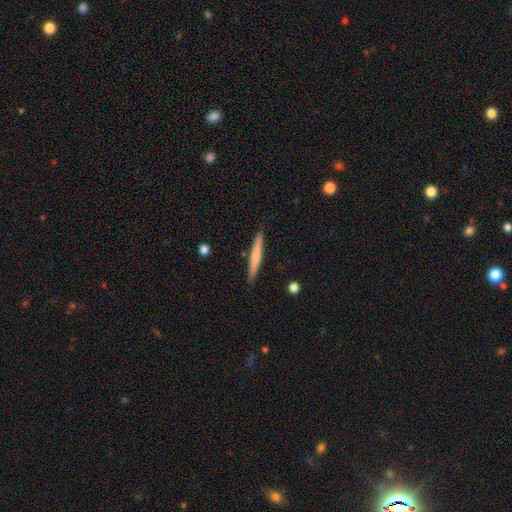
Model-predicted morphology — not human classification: smooth_or_featured: smooth (p=0.66) [alt: featured or disk p=0.28]
how_rounded: cigar-shaped (p=0.96) [alt: in between p=0.03]
merging: none (p=0.89) [alt: minor disturbance p=0.08]